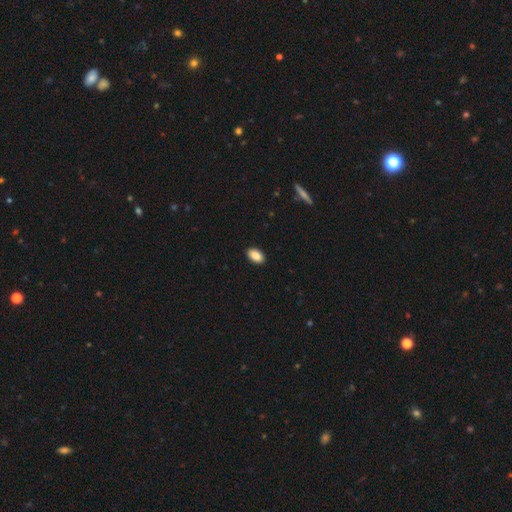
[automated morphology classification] smooth_or_featured: smooth (p=0.89) [alt: star or artifact p=0.07]
how_rounded: in between (p=0.93) [alt: round p=0.06]
merging: none (p=0.91) [alt: minor disturbance p=0.07]